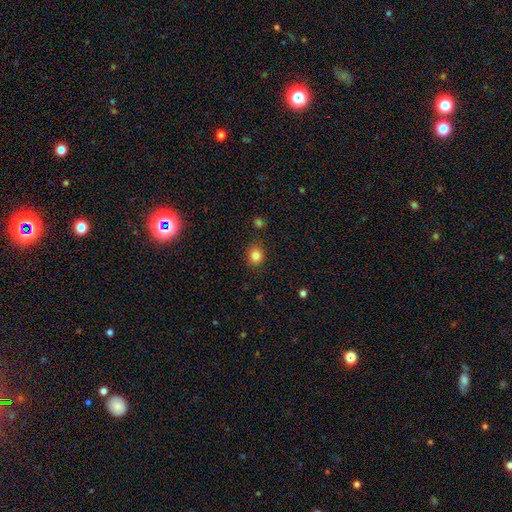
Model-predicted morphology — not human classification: Smooth or featured? smooth (83%)
How rounded? round (73%)
Merging? none (86%)